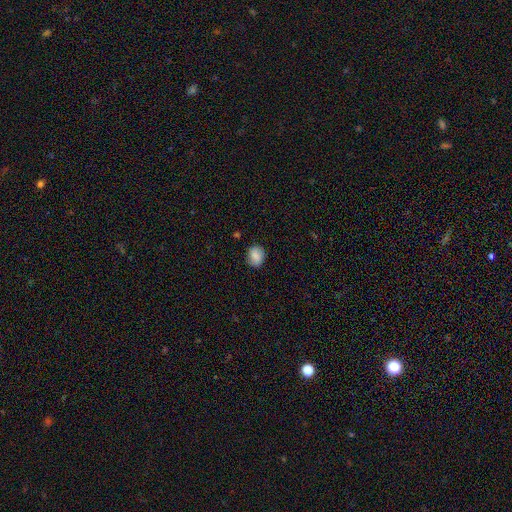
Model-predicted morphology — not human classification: type=smooth (83%); roundness=round (57%); merging=none (83%).